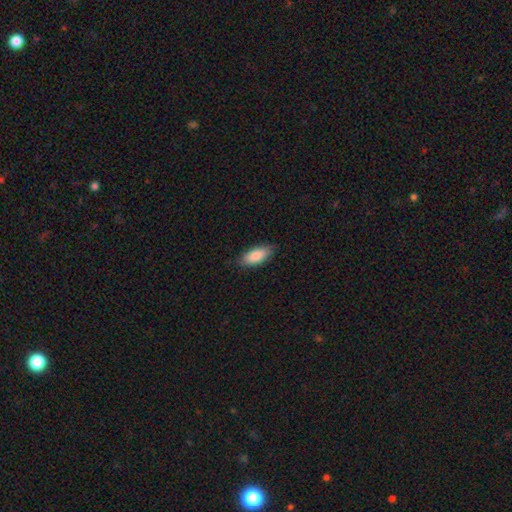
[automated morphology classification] A smooth galaxy with no disk features (87%) that is in between round and cigar-shaped (87%). Merging: none (84%).